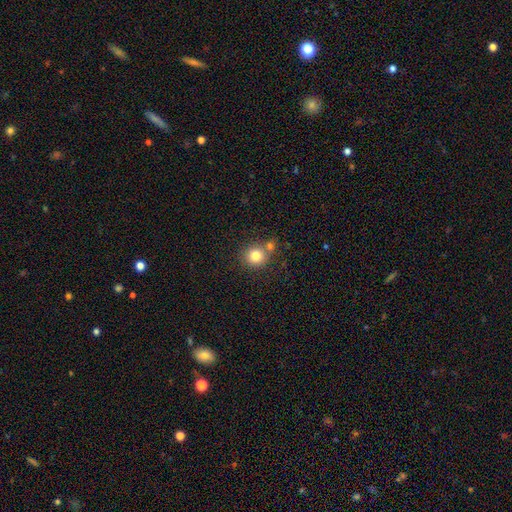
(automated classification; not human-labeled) This is clearly a smooth galaxy (81%). How rounded: clearly round (90%). Merging: likely none (66%).